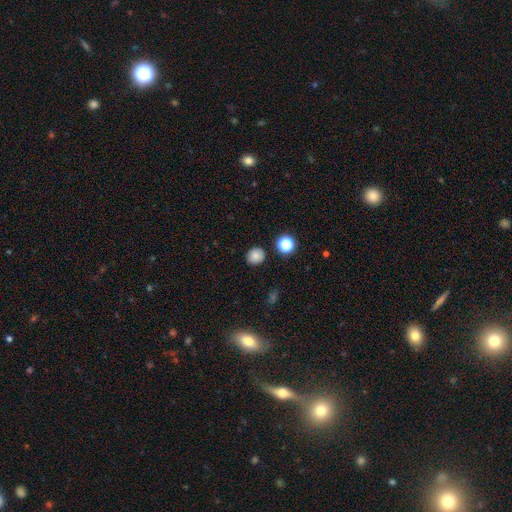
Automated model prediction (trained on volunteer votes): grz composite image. It shows a smooth galaxy with no disk features (81%) that is round (86%). Merging: none (89%).